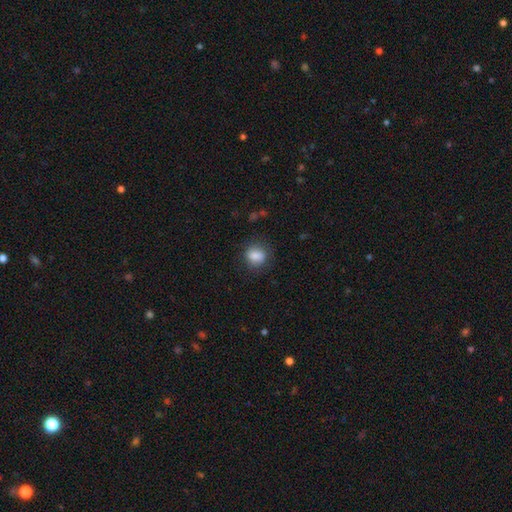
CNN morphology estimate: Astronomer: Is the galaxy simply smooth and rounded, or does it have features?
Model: smooth — 83%.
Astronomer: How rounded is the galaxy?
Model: round — 57% (runner-up: in between, 41%).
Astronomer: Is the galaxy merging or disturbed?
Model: none — 75%.